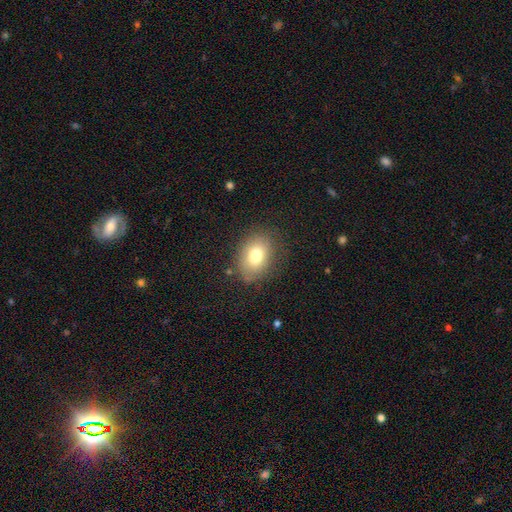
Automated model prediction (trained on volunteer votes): Smooth or featured?
  - smooth: 76% *
  - featured or disk: 15%
  - star or artifact: 10%
How rounded?
  - in between: 76% *
  - round: 22%
  - cigar-shaped: 1%
Merging?
  - none: 80% *
  - minor disturbance: 14%
  - major disturbance: 5%
  - merger: 2%